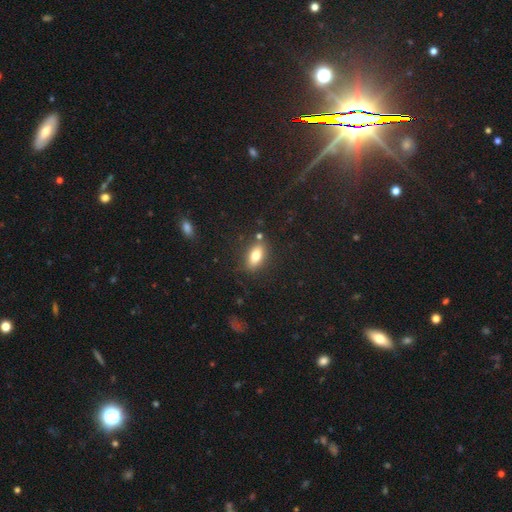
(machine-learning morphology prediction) smooth_or_featured: smooth (p=0.77) [alt: featured or disk p=0.14]
how_rounded: in between (p=0.85) [alt: cigar-shaped p=0.08]
merging: none (p=0.81) [alt: minor disturbance p=0.12]